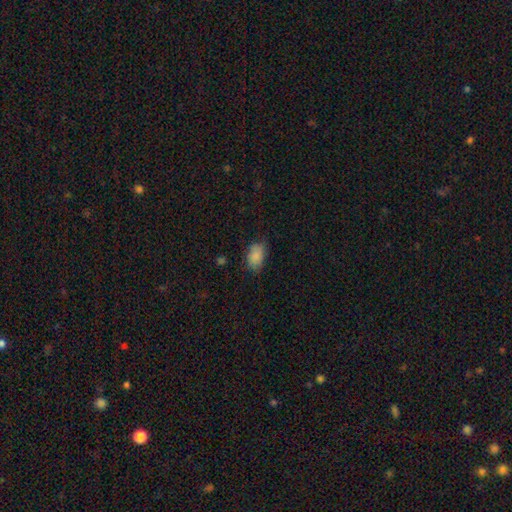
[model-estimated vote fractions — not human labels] Smooth or featured: smooth — 85% (star or artifact — 9%)
How rounded: in between — 88% (round — 10%)
Merging: none — 65% (minor disturbance — 27%)